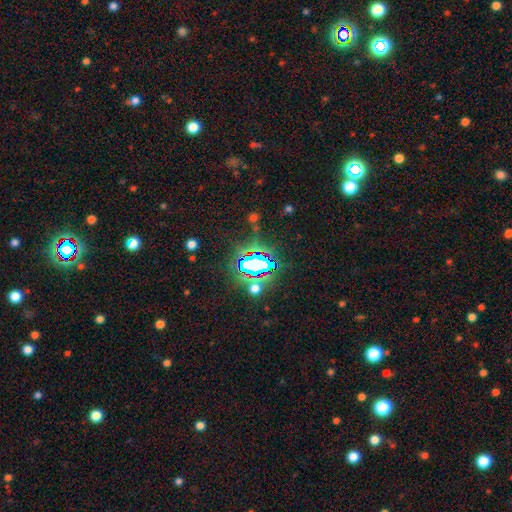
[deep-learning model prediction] Overall: star or artifact (78%).